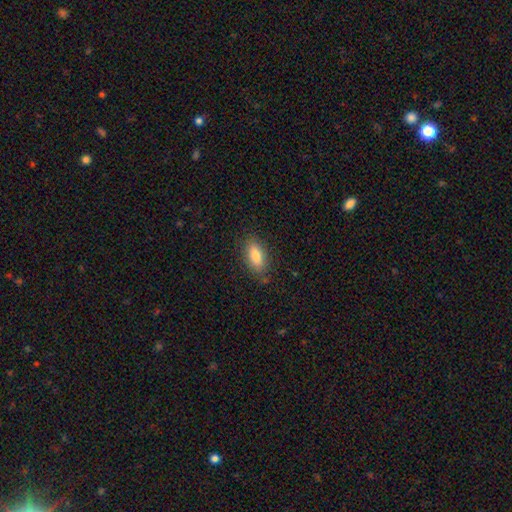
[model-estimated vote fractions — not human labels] This is clearly a smooth galaxy (81%). How rounded: clearly in between (85%). Merging: clearly none (83%).